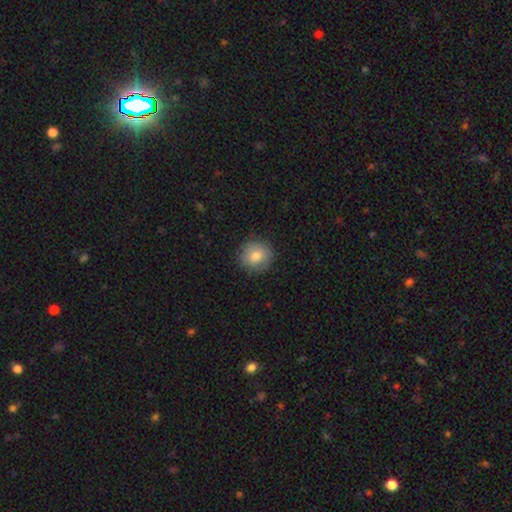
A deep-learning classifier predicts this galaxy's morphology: Q: Smooth or featured?
A: smooth (80%); runner-up: featured or disk (11%)
Q: How rounded?
A: round (88%); runner-up: in between (11%)
Q: Merging?
A: none (89%); runner-up: minor disturbance (8%)